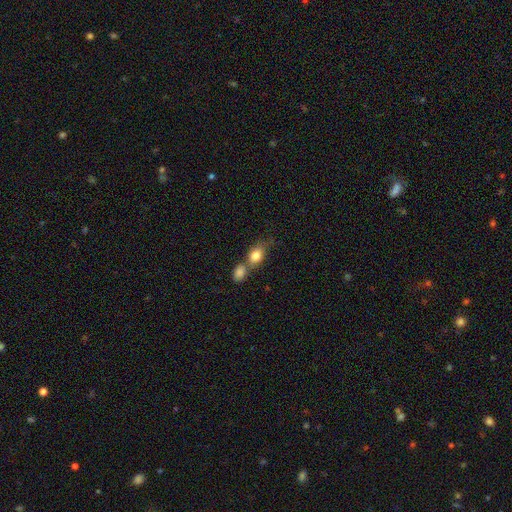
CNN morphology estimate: Overall: smooth (82%). How rounded: in between (68%; round 29%). Merging: merger (55%; none 31%).